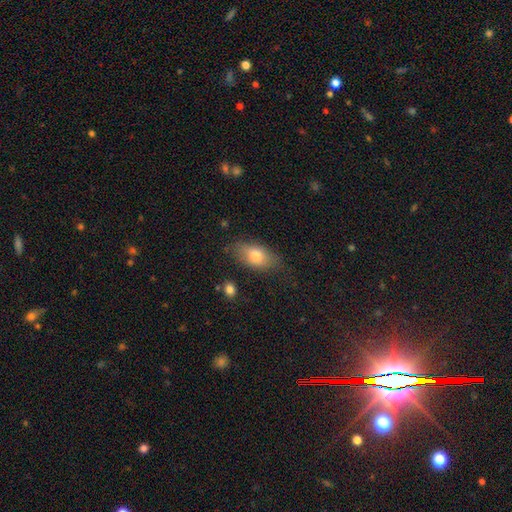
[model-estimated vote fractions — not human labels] The model was most divided on "merging": none: 73%, minor disturbance: 20%, major disturbance: 5%, merger: 2%. More confident: how rounded — in between (88%); smooth or featured — smooth (75%).